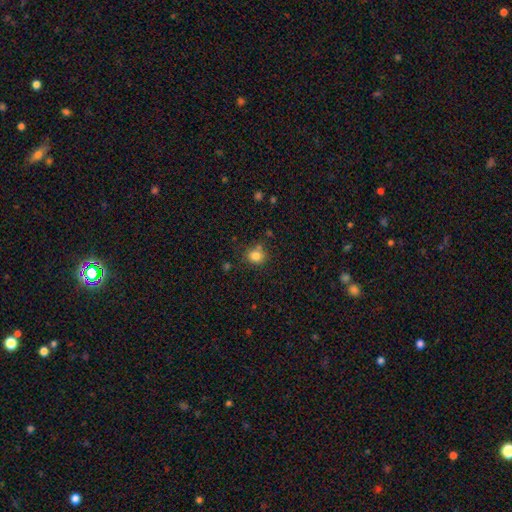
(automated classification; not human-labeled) Smooth or featured? Predicted: smooth (p=0.82). How rounded? Predicted: round (p=0.76). Merging? Predicted: none (p=0.71).